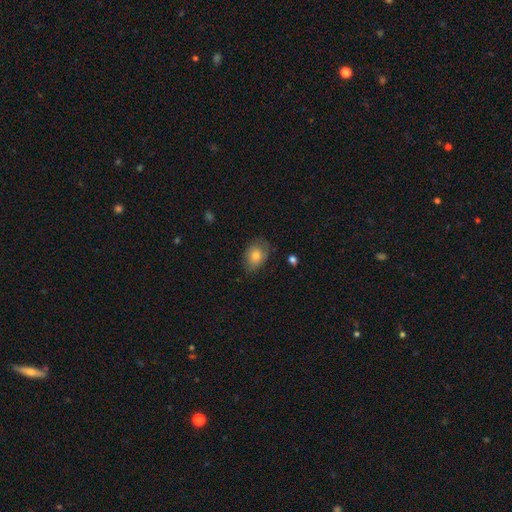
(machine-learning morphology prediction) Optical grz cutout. It shows a smooth galaxy with no disk features (77%) that is in between round and cigar-shaped (72%). Merging: none (67%).